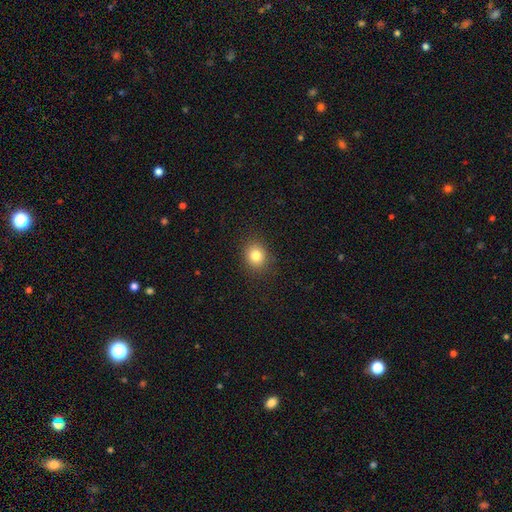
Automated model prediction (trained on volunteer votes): This appears to be a smooth galaxy with no disk features (81%) that is round (73%). Merging: none (89%).